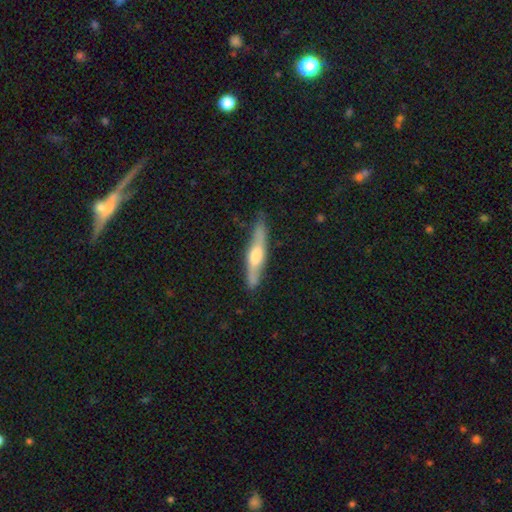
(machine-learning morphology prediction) Smooth or featured: featured or disk — 54% (smooth — 41%)
Edge-on disk: yes — 84% (no — 16%)
Merging: none — 81% (minor disturbance — 15%)